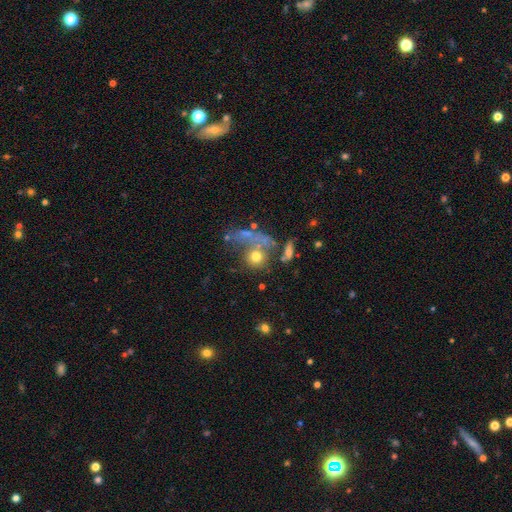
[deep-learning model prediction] This is likely a smooth galaxy (61%). How rounded: likely round (78%). Merging: marginally none (33%).